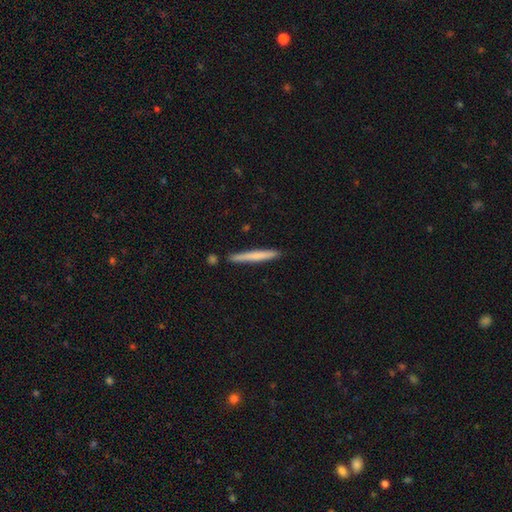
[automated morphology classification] smooth 66%, featured or disk 29%, star or artifact 5%. Down the decision tree: how rounded — cigar-shaped (97%); merging — none (87%).